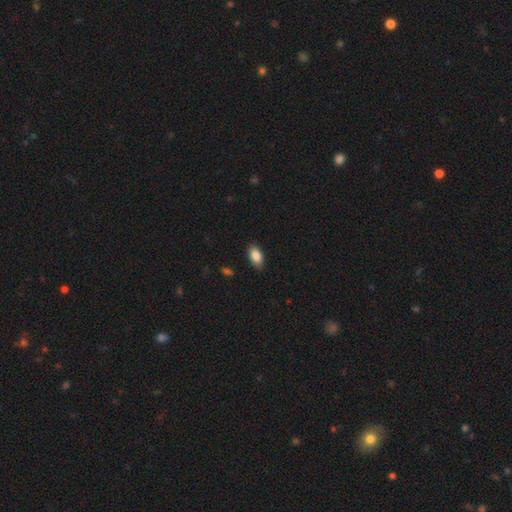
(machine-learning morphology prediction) smooth-or-featured: smooth: 86% | featured or disk: 7% | star or artifact: 7%
  how-rounded: in between: 93% | round: 4% | cigar-shaped: 4%
  merging: none: 86% | minor disturbance: 10% | major disturbance: 2% | merger: 1%